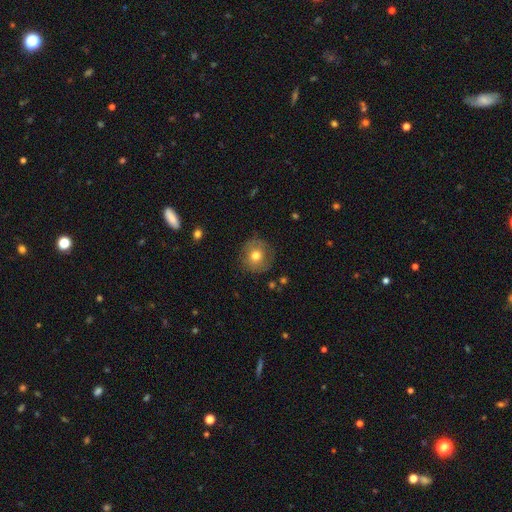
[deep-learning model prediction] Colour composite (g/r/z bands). It shows a smooth galaxy with no disk features (69%) that is round (92%). Merging: none (83%).